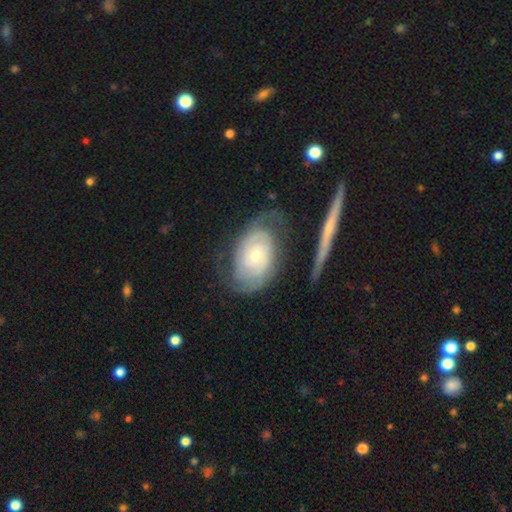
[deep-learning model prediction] smooth_or_featured: featured or disk (p=0.79) [alt: smooth p=0.16]
disk_edge_on: no (p=0.94) [alt: yes p=0.06]
bar: no (p=0.75) [alt: weak p=0.19]
has_spiral_arms: yes (p=0.92) [alt: no p=0.08]
spiral_winding: tight (p=0.63) [alt: medium p=0.27]
spiral_arm_count: 2 (p=0.63) [alt: can't tell p=0.22]
bulge_size: small (p=0.52) [alt: moderate p=0.43]
merging: none (p=0.60) [alt: minor disturbance p=0.20]